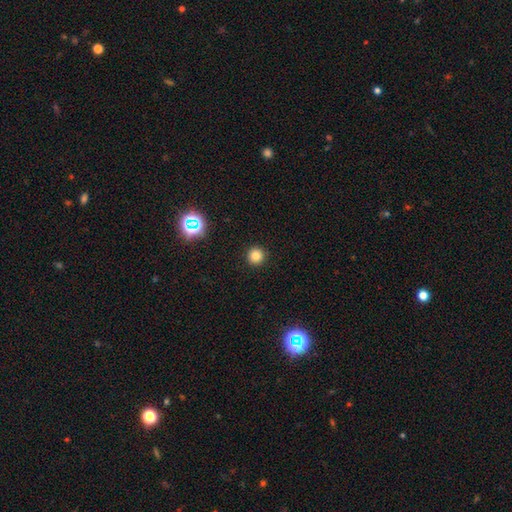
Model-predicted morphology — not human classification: A smooth galaxy with no disk features (79%) that is round (96%).

Vote fractions:
- Smooth or featured? smooth: 79% / star or artifact: 15% / featured or disk: 5%
- How rounded? round: 96% / in between: 3% / cigar-shaped: 1%
- Merging? none: 93% / minor disturbance: 4% / major disturbance: 2% / merger: 1%